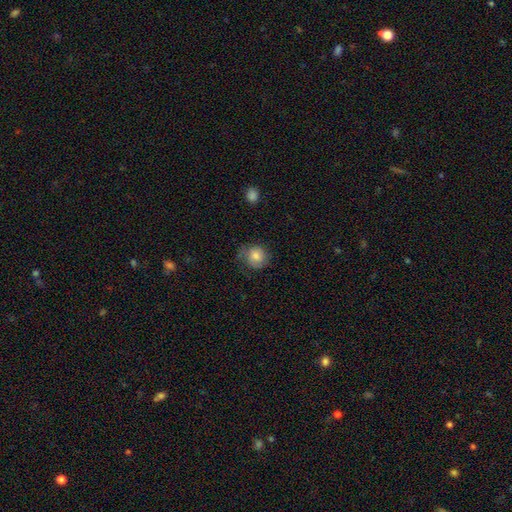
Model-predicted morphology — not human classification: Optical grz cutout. It shows a smooth galaxy with no disk features (75%) that is round (85%). Merging: none (62%).